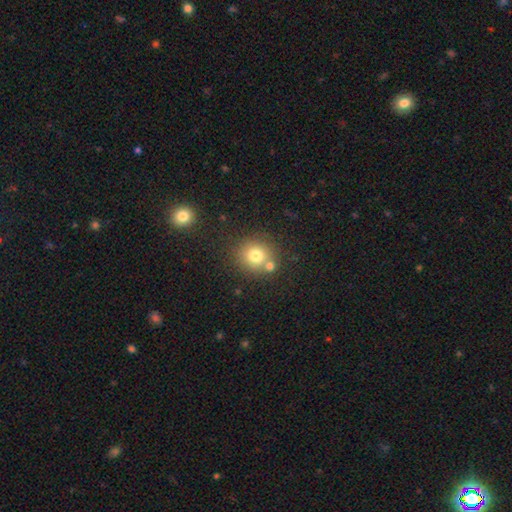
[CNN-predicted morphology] Smooth or featured: smooth — 76% (star or artifact — 13%)
How rounded: round — 86% (in between — 13%)
Merging: none — 67% (merger — 20%)